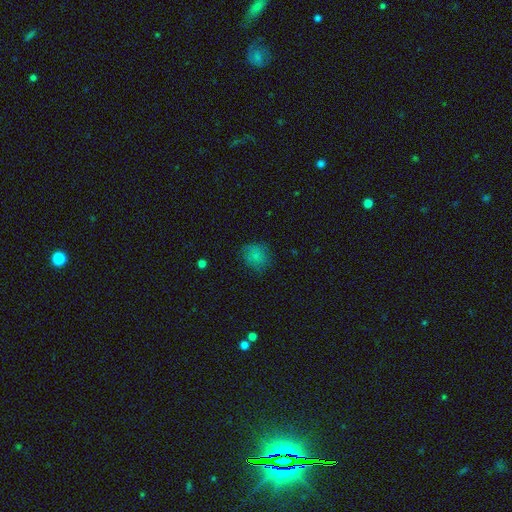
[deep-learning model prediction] smooth 79%, star or artifact 12%, featured or disk 8%. Down the decision tree: how rounded — round (78%); merging — none (75%).